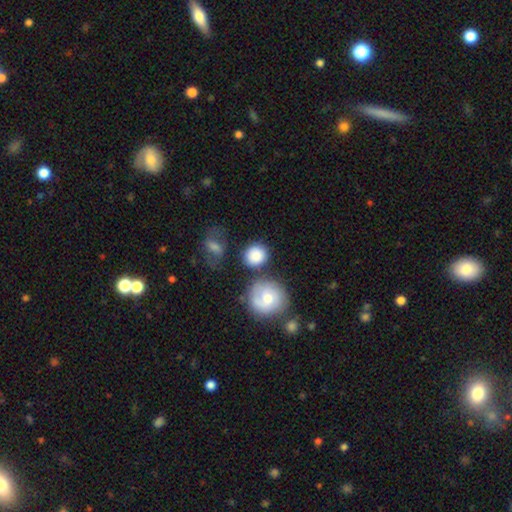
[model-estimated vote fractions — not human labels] Smooth or featured? Predicted: smooth (p=0.83). How rounded? Predicted: round (p=0.83). Merging? Predicted: none (p=0.65).